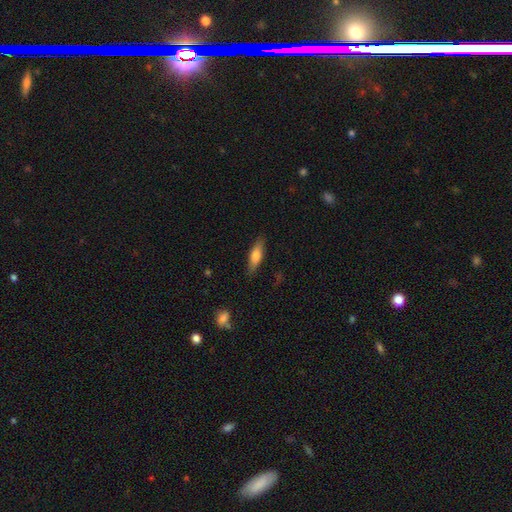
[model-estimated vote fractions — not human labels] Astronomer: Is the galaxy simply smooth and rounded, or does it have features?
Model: smooth — 66%.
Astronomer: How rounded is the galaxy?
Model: cigar-shaped — 56% (runner-up: in between, 42%).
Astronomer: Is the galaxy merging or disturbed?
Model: none — 84%.